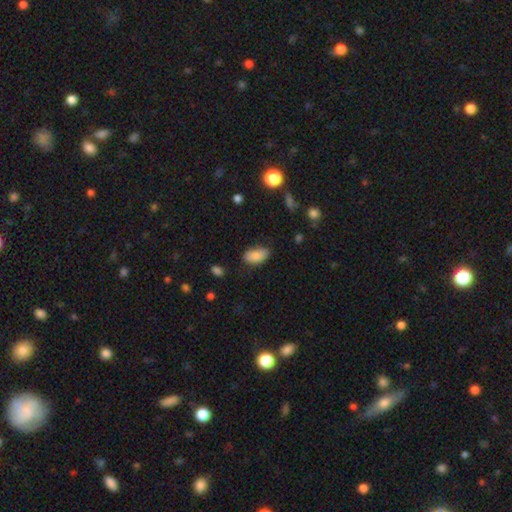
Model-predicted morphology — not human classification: type=smooth (85%); roundness=in between (93%); merging=none (68%).